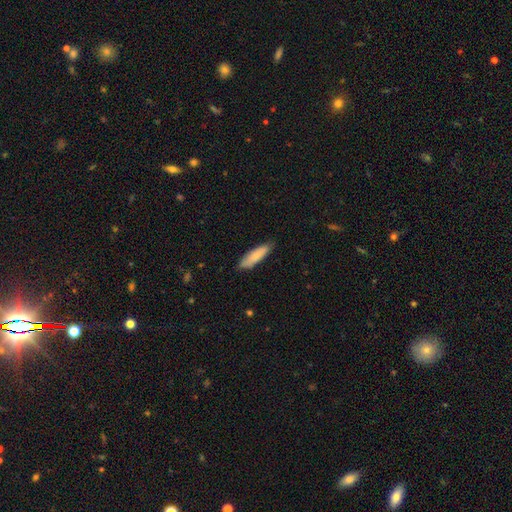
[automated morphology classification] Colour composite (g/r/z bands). It shows a smooth galaxy with no disk features (82%) that is cigar-shaped (63%). Merging: none (83%).